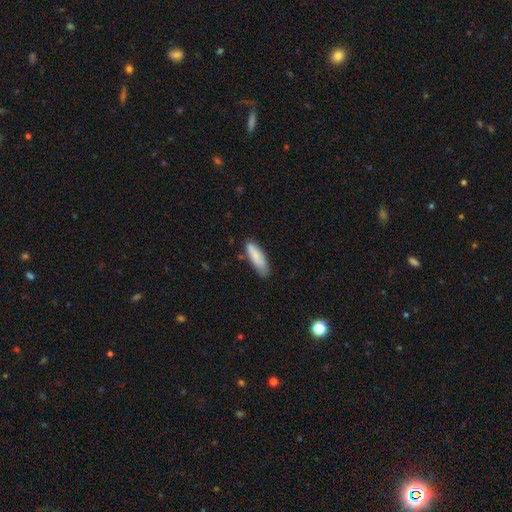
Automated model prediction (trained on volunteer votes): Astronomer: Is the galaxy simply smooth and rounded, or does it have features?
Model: smooth — 83%.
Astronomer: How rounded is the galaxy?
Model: cigar-shaped — 55% (runner-up: in between, 43%).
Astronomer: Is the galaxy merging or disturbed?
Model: none — 68%.